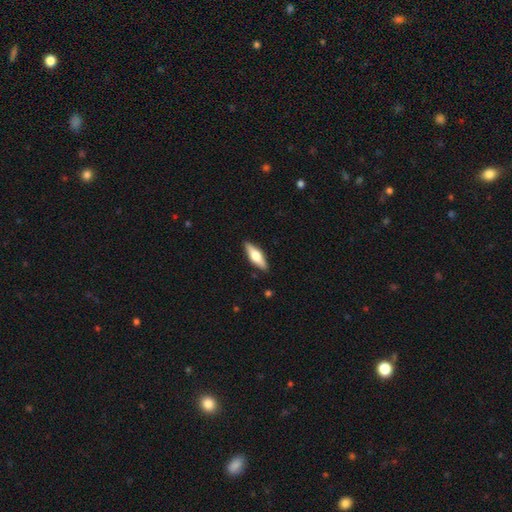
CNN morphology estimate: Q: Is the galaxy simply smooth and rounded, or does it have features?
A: smooth — 52%.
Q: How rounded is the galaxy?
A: in between — 49%.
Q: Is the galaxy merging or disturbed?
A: none — 89%.